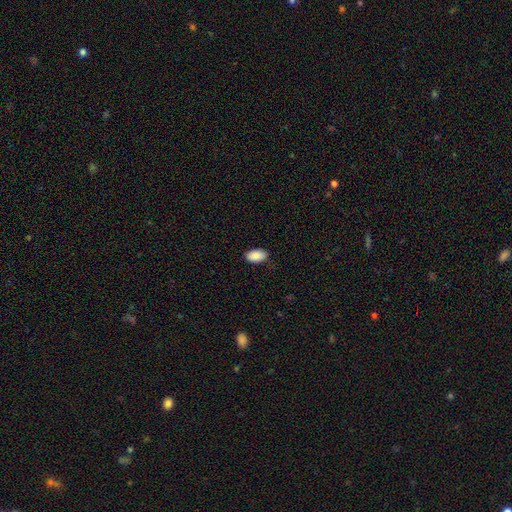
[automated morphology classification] smooth_or_featured: smooth (p=0.90) [alt: star or artifact p=0.07]
how_rounded: in between (p=0.93) [alt: round p=0.05]
merging: none (p=0.84) [alt: minor disturbance p=0.12]